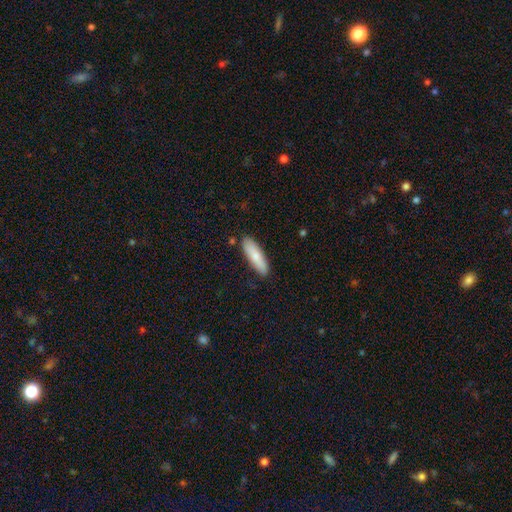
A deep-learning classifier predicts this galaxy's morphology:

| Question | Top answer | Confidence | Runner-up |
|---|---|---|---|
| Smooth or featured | smooth | 77% | featured or disk (18%) |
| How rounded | cigar-shaped | 60% | in between (39%) |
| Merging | none | 86% | minor disturbance (10%) |